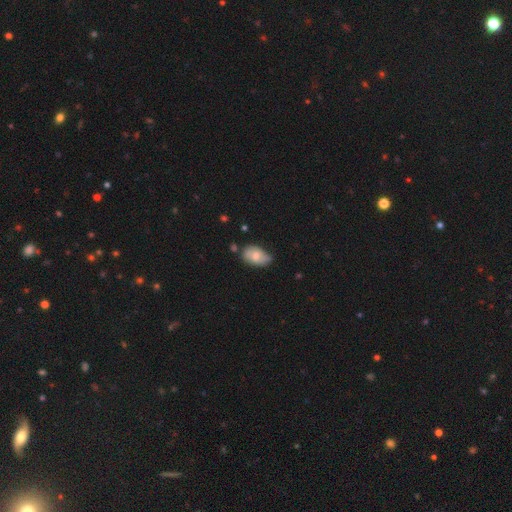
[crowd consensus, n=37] smooth_or_featured: smooth (p=0.65) [alt: featured or disk p=0.32]
how_rounded: in between (p=1.00)
merging: minor disturbance (p=0.50) [alt: none p=0.39]